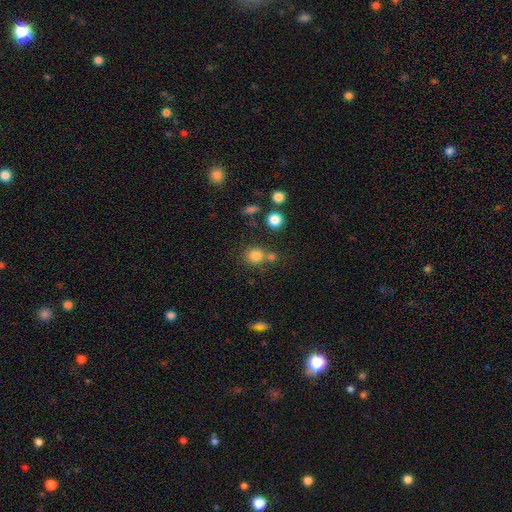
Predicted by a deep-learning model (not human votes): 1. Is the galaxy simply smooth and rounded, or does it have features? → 80% smooth, 14% star or artifact, 6% featured or disk.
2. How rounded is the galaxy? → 80% round, 19% in between, 1% cigar-shaped.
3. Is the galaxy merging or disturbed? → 62% none, 23% merger, 11% minor disturbance, 5% major disturbance.